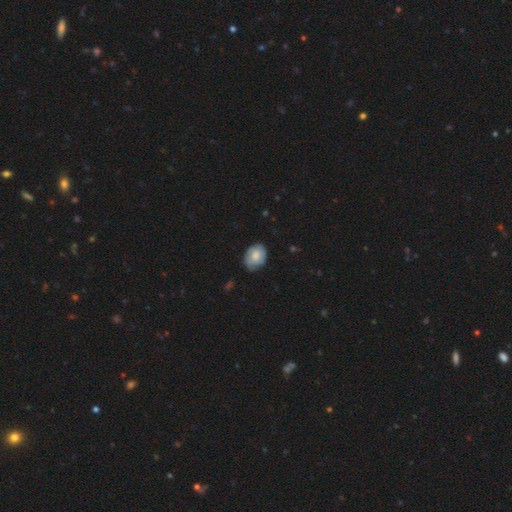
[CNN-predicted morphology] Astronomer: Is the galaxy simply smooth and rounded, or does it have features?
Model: smooth — 69%.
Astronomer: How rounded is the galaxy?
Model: in between — 64%.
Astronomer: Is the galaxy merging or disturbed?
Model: none — 66%.